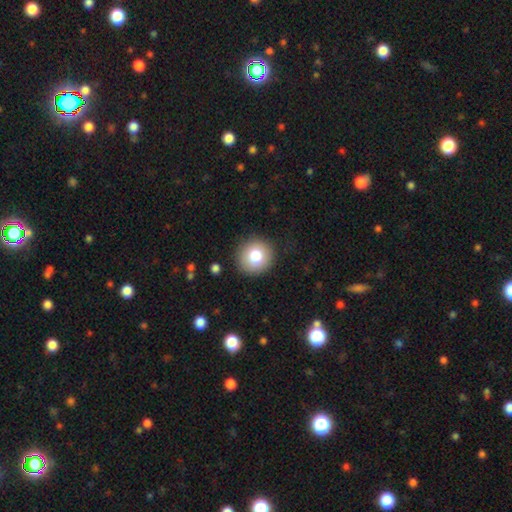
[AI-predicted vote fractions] smooth 79%, featured or disk 12%, star or artifact 9%. Down the decision tree: how rounded — round (92%); merging — none (90%).